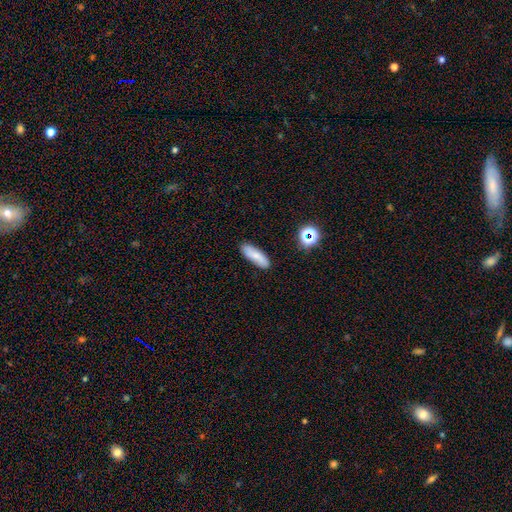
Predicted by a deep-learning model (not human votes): smooth-or-featured: smooth: 74% | featured or disk: 17% | star or artifact: 8%
  how-rounded: in between: 49% (tied) | cigar-shaped: 49% (tied) | round: 3%
  merging: none: 86% | minor disturbance: 10% | major disturbance: 2% | merger: 2%